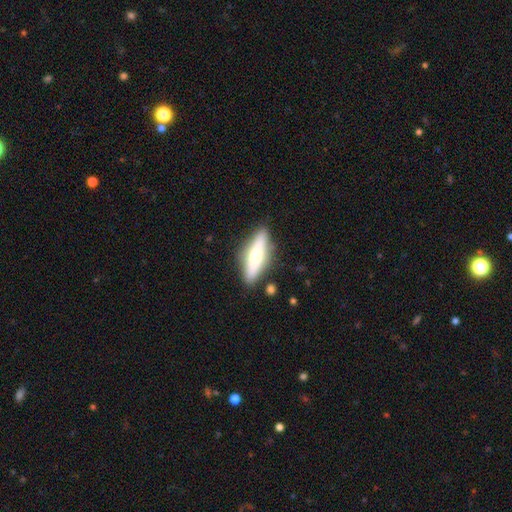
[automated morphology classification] smooth-or-featured: smooth: 47% (tied) | featured or disk: 47% (tied) | star or artifact: 6%
  merging: none: 83% | minor disturbance: 11% | major disturbance: 3% | merger: 3%